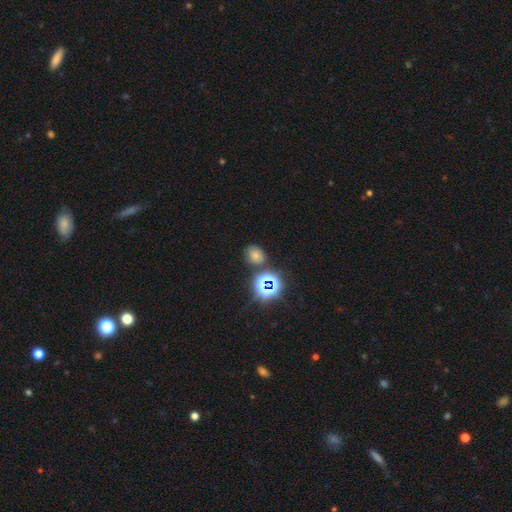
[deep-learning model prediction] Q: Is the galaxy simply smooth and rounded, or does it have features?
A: smooth — 62%.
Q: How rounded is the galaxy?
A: in between — 53%.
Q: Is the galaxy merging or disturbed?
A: none — 74%.